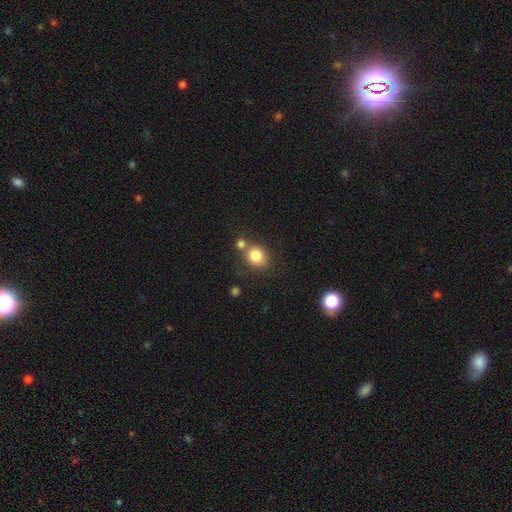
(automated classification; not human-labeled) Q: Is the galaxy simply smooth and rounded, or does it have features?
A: smooth — 82%.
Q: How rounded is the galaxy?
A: round — 70%.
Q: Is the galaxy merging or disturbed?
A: none — 57%.